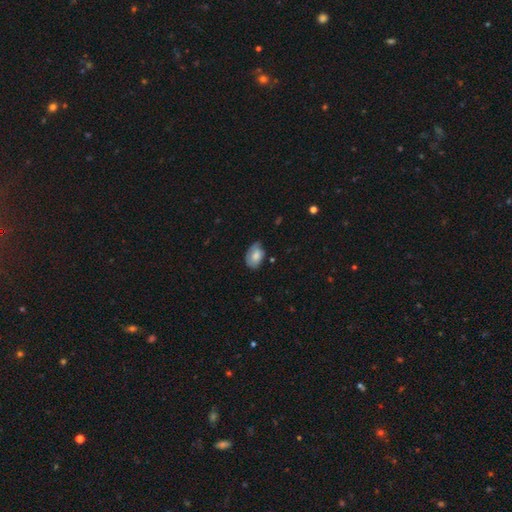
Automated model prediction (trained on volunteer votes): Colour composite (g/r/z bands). It shows a smooth galaxy with no disk features (65%) that is in between round and cigar-shaped (85%). Merging: none (54%).